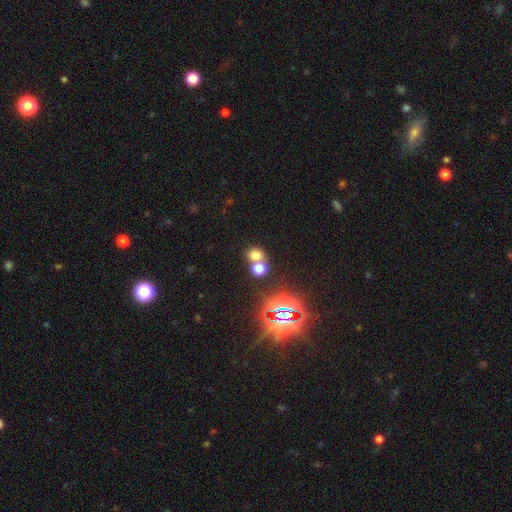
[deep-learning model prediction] Smooth or featured? Predicted: smooth (p=0.66). How rounded? Predicted: round (p=0.64). Merging? Predicted: merger (p=0.47).